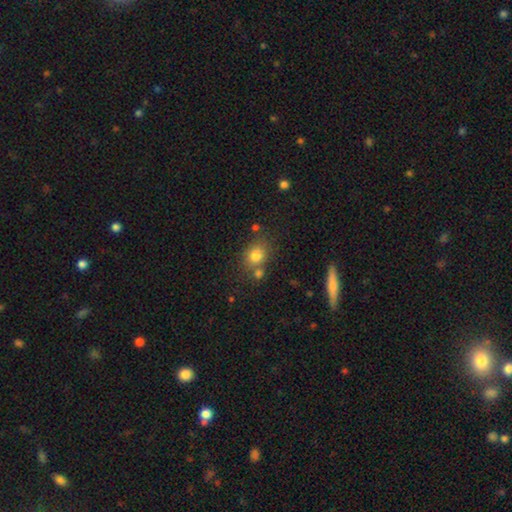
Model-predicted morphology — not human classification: A smooth galaxy with no disk features (79%) that is round (61%). Merging: none (64%).